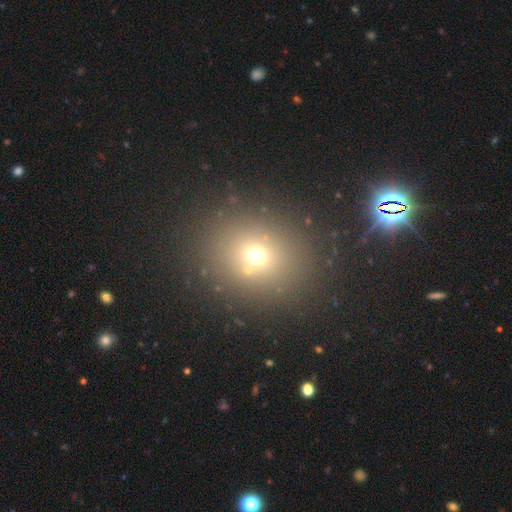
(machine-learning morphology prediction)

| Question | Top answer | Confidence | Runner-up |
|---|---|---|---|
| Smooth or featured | smooth | 66% | star or artifact (23%) |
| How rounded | round | 68% | in between (31%) |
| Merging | none | 82% | minor disturbance (8%) |